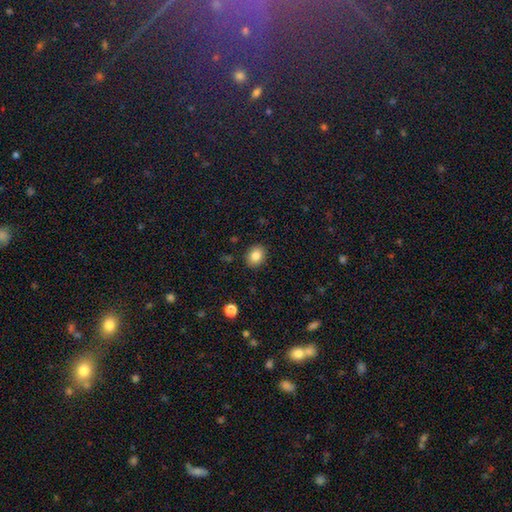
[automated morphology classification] type=smooth (85%); roundness=round (56%); merging=none (89%).